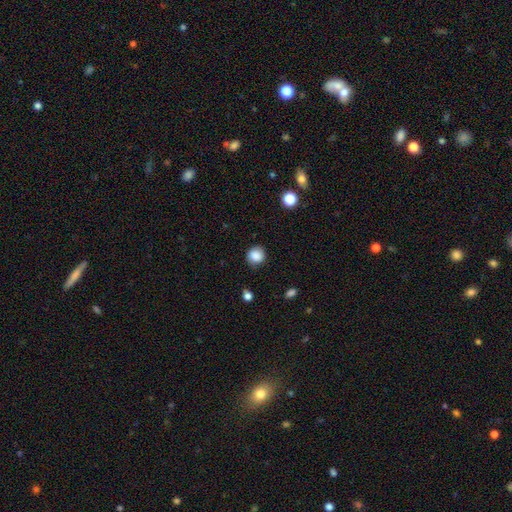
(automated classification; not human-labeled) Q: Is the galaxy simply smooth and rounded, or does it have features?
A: smooth — 86%.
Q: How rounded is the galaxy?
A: round — 88%.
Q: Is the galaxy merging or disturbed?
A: none — 84%.